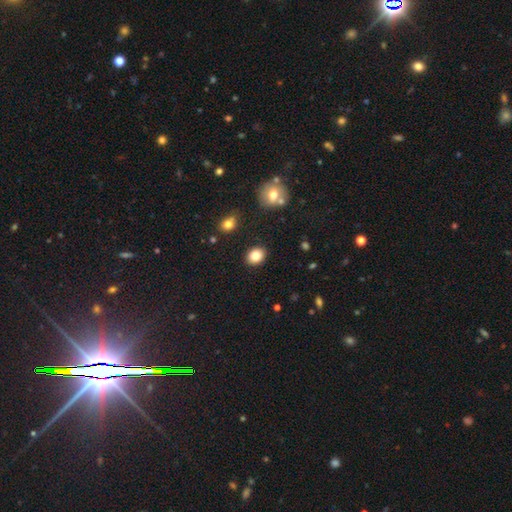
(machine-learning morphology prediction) The model was most divided on "how rounded": in between: 50%, round: 49%, cigar-shaped: 1%. More confident: merging — none (89%); smooth or featured — smooth (83%).